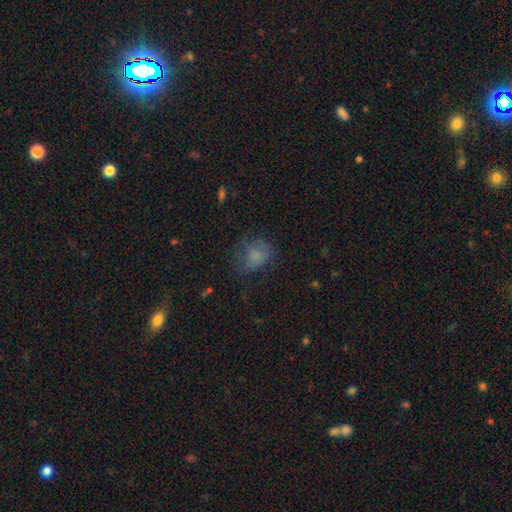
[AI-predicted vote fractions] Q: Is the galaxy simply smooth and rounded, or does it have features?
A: smooth — 67%.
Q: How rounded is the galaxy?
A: round — 58%.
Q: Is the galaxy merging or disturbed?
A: none — 53%.